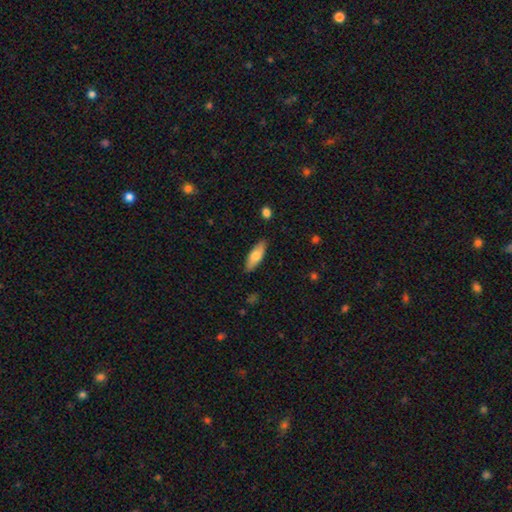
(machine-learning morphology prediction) Overall: smooth (71%). How rounded: in between (65%; cigar-shaped 33%). Merging: none (87%).